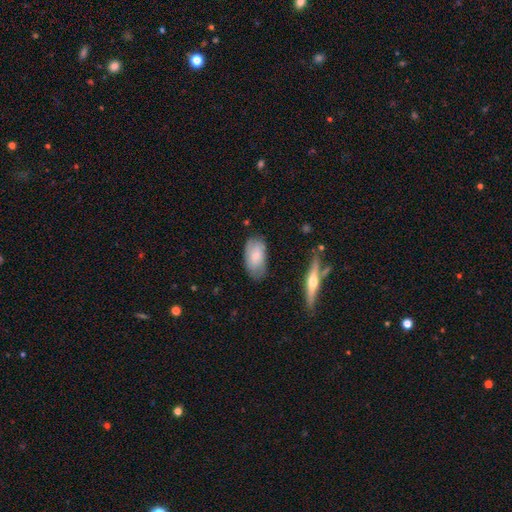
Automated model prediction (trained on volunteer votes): A smooth galaxy with no disk features (64%) that is in between round and cigar-shaped (93%). Merging: none (71%).